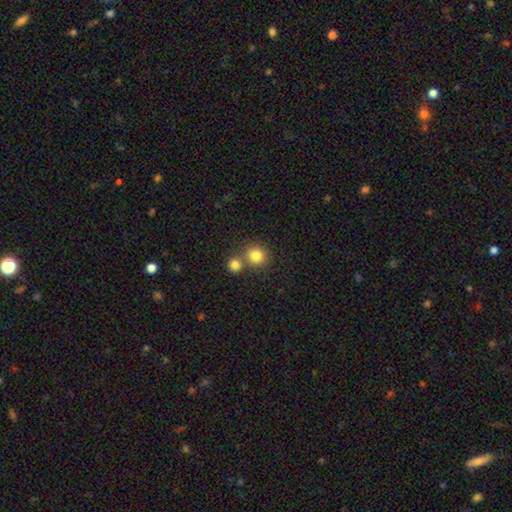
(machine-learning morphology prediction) A smooth galaxy with no disk features (82%) that is round (91%). Merging: none (63%).